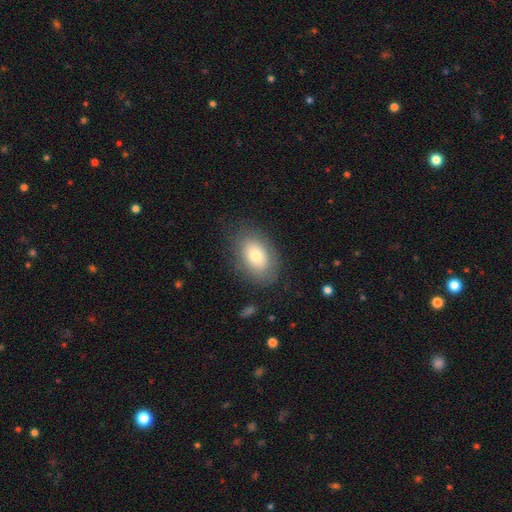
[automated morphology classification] Smooth or featured: smooth — 72% (featured or disk — 19%)
How rounded: in between — 88% (round — 10%)
Merging: none — 79% (minor disturbance — 15%)